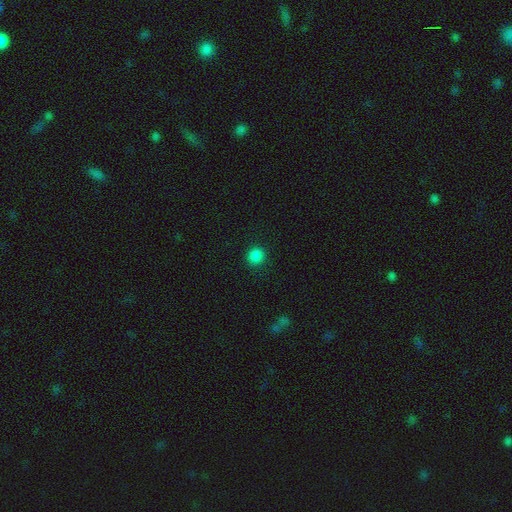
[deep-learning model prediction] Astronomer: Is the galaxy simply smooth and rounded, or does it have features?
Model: smooth — 85%.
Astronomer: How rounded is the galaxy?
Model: round — 91%.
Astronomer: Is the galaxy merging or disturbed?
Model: none — 91%.